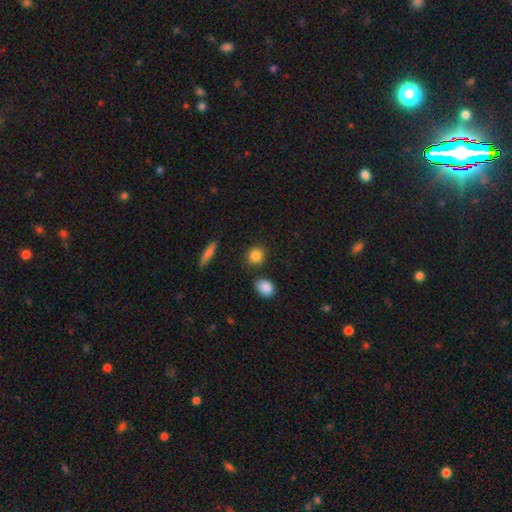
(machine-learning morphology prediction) Overall: smooth (86%). How rounded: round (78%). Merging: none (83%).